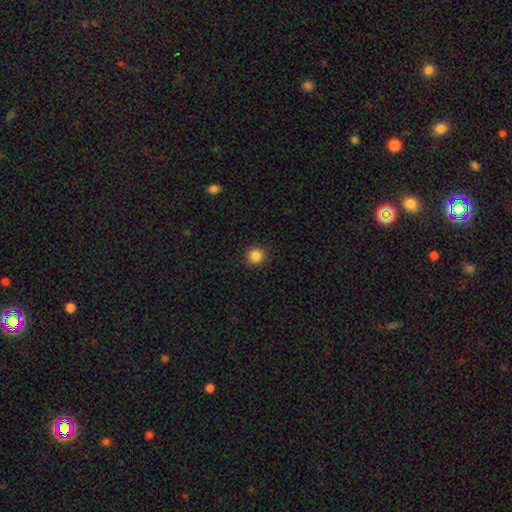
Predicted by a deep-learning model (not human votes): smooth 85%, star or artifact 11%, featured or disk 4%. Down the decision tree: how rounded — round (94%); merging — none (92%).